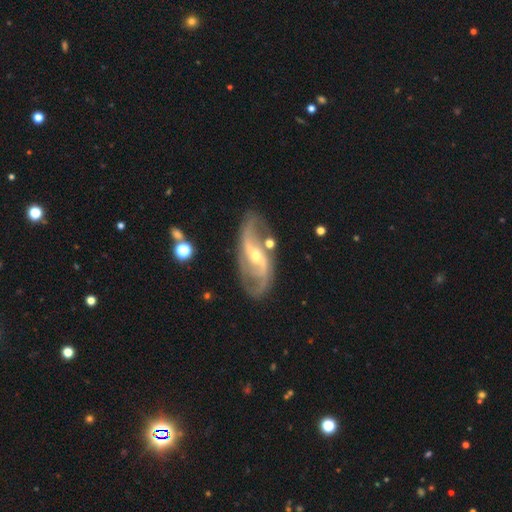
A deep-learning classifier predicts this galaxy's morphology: smooth_or_featured: featured or disk (p=0.89) [alt: smooth p=0.05]
disk_edge_on: no (p=0.95) [alt: yes p=0.05]
bar: weak (p=0.39) [alt: strong p=0.37]
has_spiral_arms: yes (p=0.96) [alt: no p=0.04]
spiral_winding: medium (p=0.44) [alt: loose p=0.42]
spiral_arm_count: 2 (p=0.88) [alt: can't tell p=0.04]
bulge_size: small (p=0.53) [alt: moderate p=0.43]
merging: none (p=0.74) [alt: minor disturbance p=0.15]